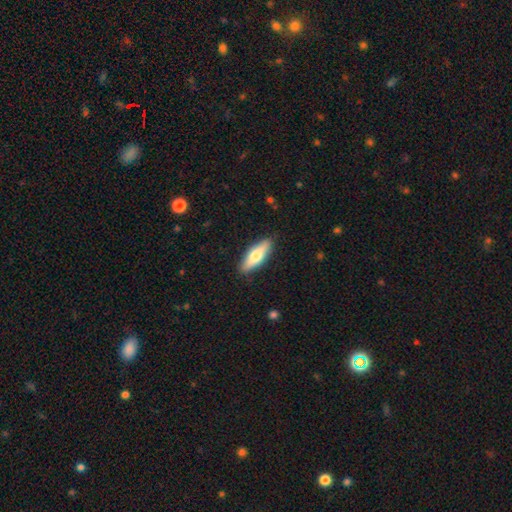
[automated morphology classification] This appears to be a smooth galaxy with no disk features (62%) that is cigar-shaped (51%). Merging: none (88%).